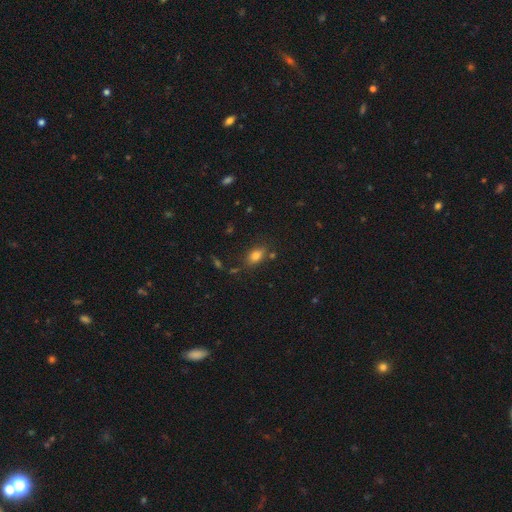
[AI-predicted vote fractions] A smooth galaxy with no disk features (79%) that is in between round and cigar-shaped (81%).

Vote fractions:
- Smooth or featured? smooth: 79% / star or artifact: 11% / featured or disk: 10%
- How rounded? in between: 81% / round: 14% / cigar-shaped: 4%
- Merging? none: 75% / minor disturbance: 15% / merger: 6% / major disturbance: 4%